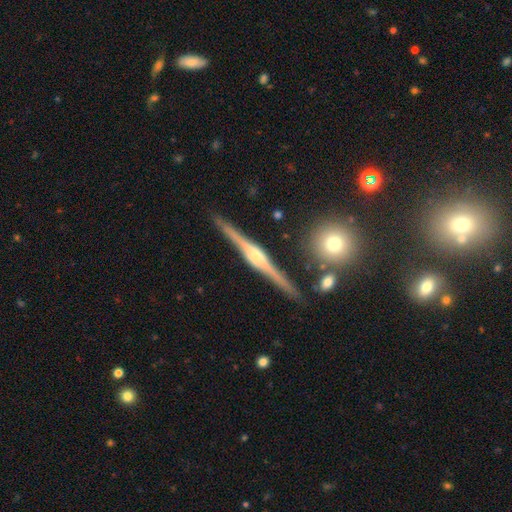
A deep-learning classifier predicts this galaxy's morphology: This appears to be a featured or disk galaxy (86%) viewed edge-on (98%) with a rounded central bulge (74%). Merging: none (87%).